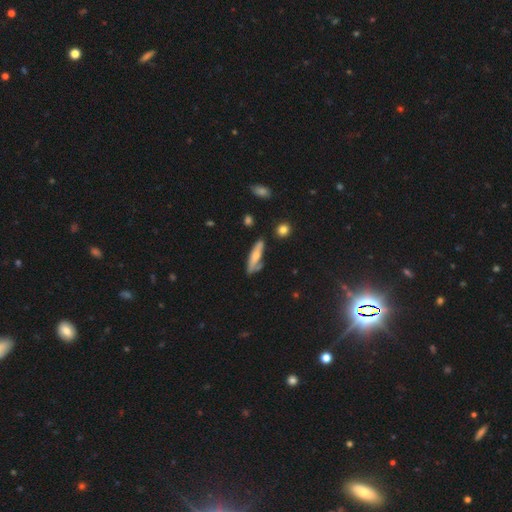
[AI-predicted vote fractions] This appears to be a smooth galaxy with no disk features (58%) that is cigar-shaped (68%). Merging: none (57%).